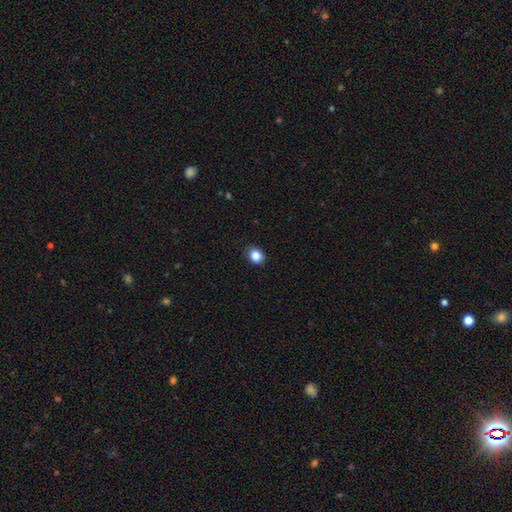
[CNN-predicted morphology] This is clearly a smooth galaxy (86%). How rounded: possibly round (56%). Merging: clearly none (89%).